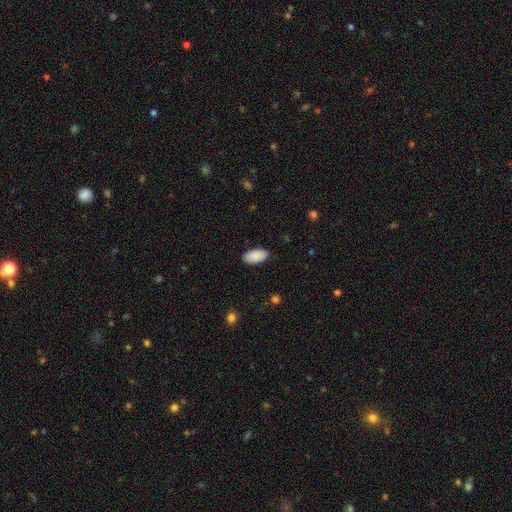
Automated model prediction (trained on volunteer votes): A smooth galaxy with no disk features (90%) that is in between round and cigar-shaped (96%). Merging: none (88%).